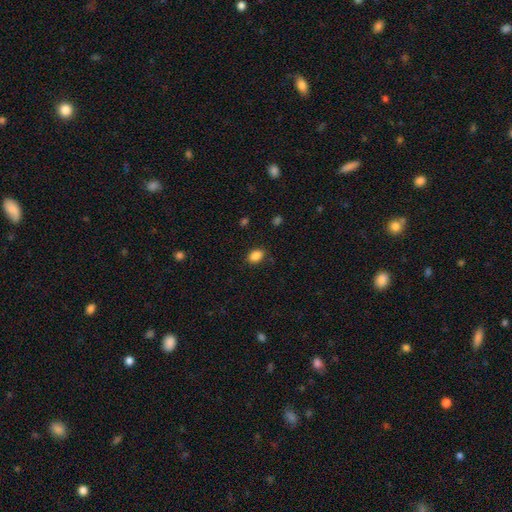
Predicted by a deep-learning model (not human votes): A smooth galaxy with no disk features (87%) that is in between round and cigar-shaped (77%).

Vote fractions:
- Smooth or featured? smooth: 87% / star or artifact: 9% / featured or disk: 4%
- How rounded? in between: 77% / round: 22% / cigar-shaped: 1%
- Merging? none: 84% / minor disturbance: 11% / major disturbance: 3% / merger: 1%